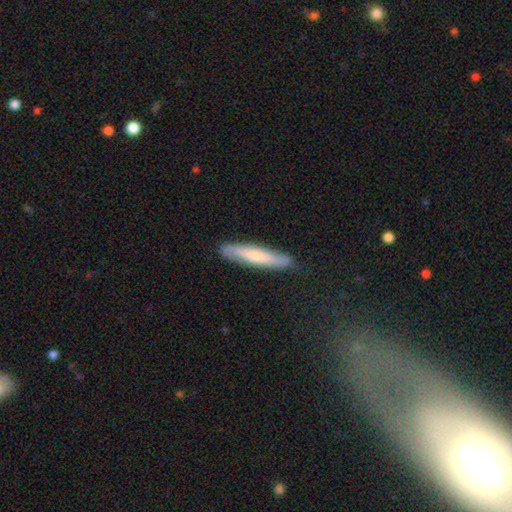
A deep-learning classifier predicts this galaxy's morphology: A smooth galaxy with no disk features (59%) that is cigar-shaped (91%). Merging: none (87%).